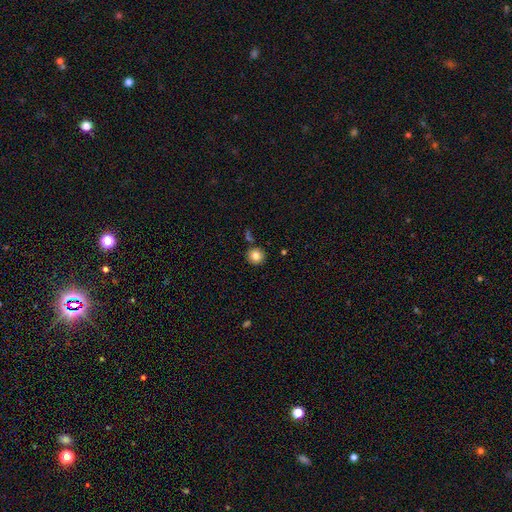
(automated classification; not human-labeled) Smooth or featured? smooth (82%)
How rounded? round (93%)
Merging? none (84%)